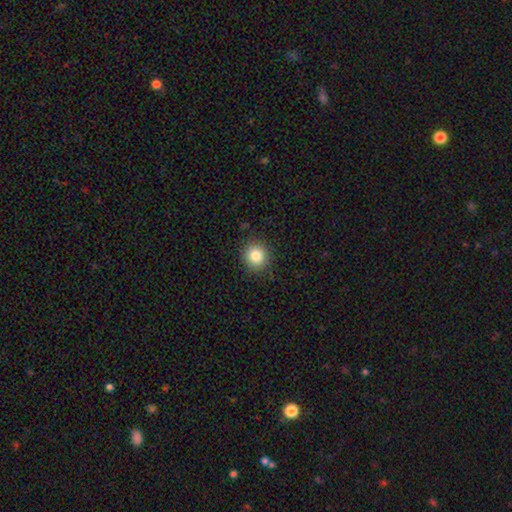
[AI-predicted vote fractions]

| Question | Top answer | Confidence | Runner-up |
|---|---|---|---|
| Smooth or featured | smooth | 83% | star or artifact (11%) |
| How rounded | round | 90% | in between (9%) |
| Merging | none | 89% | minor disturbance (7%) |